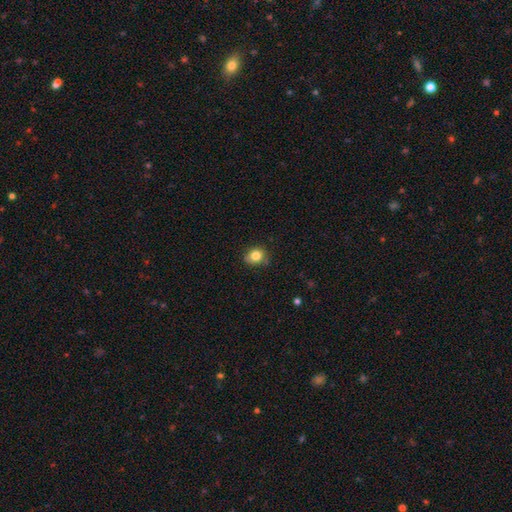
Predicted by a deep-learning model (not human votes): A smooth galaxy with no disk features (82%) that is round (73%). Merging: none (76%).